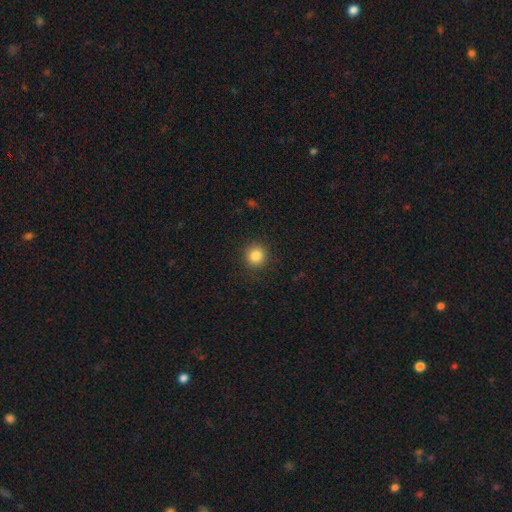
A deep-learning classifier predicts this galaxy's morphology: Smooth or featured? Predicted: smooth (p=0.85). How rounded? Predicted: round (p=0.93). Merging? Predicted: none (p=0.90).